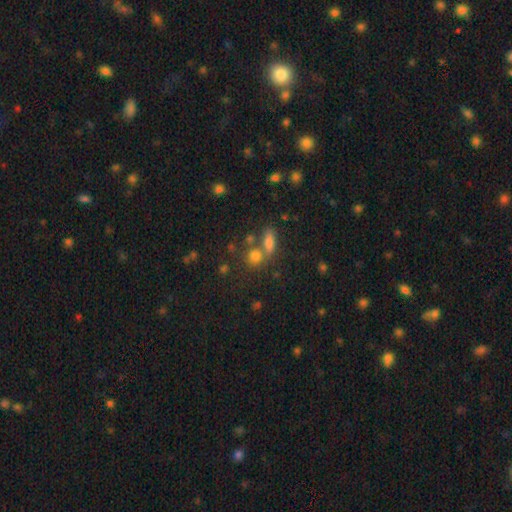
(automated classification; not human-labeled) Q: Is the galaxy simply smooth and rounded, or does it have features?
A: smooth — 71%.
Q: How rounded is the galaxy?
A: round — 62%.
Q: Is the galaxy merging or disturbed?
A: none — 55%.